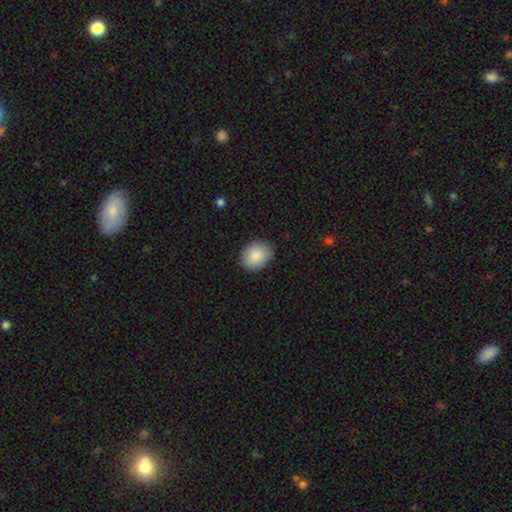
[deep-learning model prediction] smooth_or_featured: smooth (p=0.88) [alt: star or artifact p=0.07]
how_rounded: in between (p=0.51) [alt: round p=0.48]
merging: none (p=0.85) [alt: minor disturbance p=0.11]